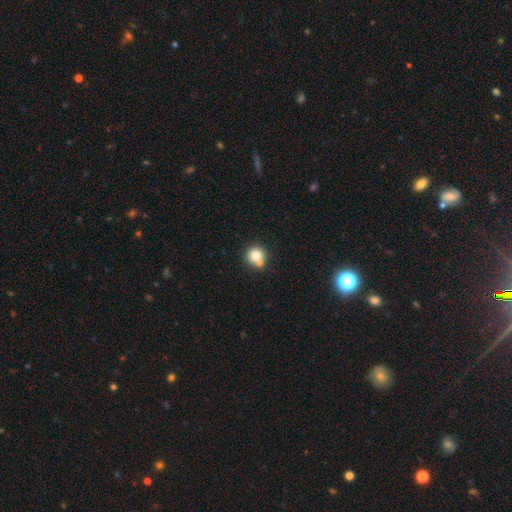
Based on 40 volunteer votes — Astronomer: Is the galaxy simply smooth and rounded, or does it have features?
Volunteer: smooth — 85%.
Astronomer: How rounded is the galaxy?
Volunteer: round — 91%.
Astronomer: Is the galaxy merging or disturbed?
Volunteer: none — 59%.